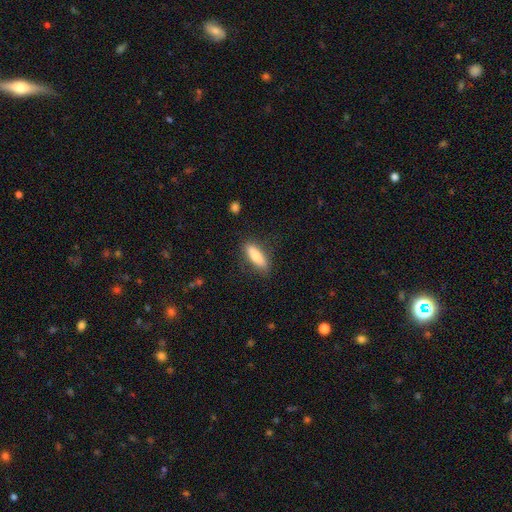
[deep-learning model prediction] Smooth or featured? Predicted: smooth (p=0.77). How rounded? Predicted: cigar-shaped (p=0.53). Merging? Predicted: none (p=0.84).